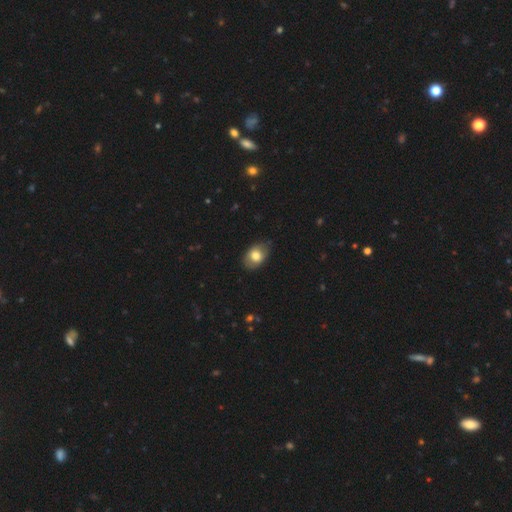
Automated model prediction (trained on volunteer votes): Overall: smooth (75%). How rounded: in between (82%). Merging: none (78%).